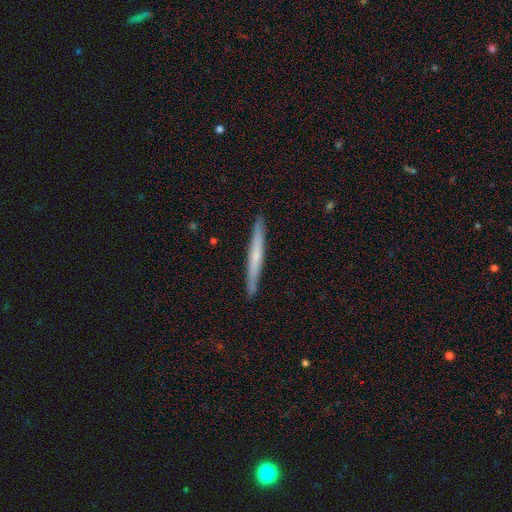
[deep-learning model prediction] The model was most divided on "smooth or featured": smooth: 49%, featured or disk: 45%, star or artifact: 6%. More confident: merging — none (91%).